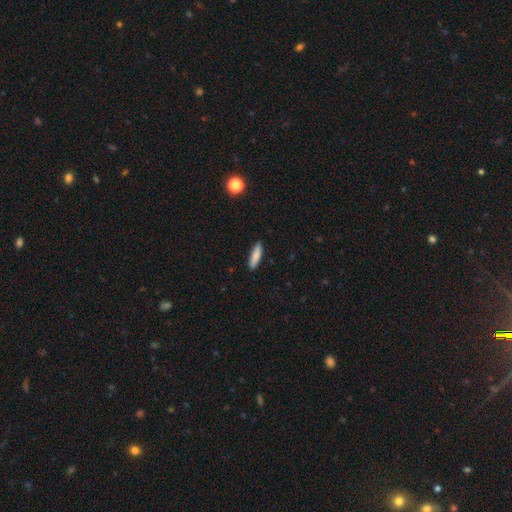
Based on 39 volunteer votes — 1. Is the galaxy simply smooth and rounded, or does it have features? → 90% smooth, 8% featured or disk, 3% star or artifact.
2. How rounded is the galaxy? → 69% cigar-shaped, 31% in between, 0% round.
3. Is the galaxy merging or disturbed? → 87% none, 13% minor disturbance, 0% major disturbance, 0% merger.